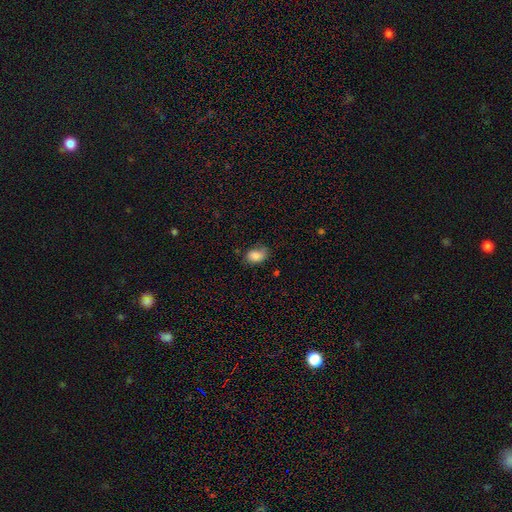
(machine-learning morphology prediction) Smooth or featured? smooth (85%)
How rounded? in between (82%)
Merging? none (63%)